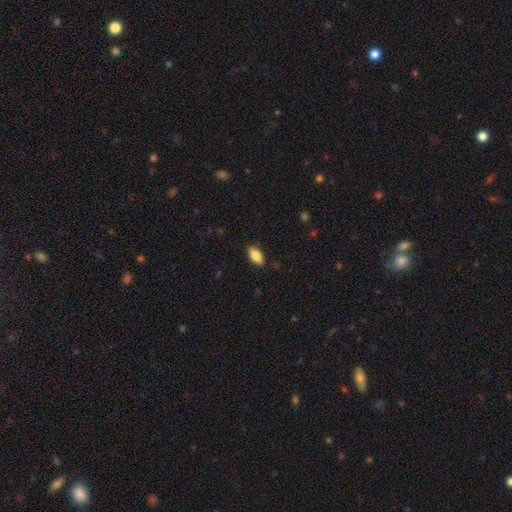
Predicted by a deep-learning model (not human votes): Smooth or featured?
  - smooth: 84% *
  - featured or disk: 9%
  - star or artifact: 7%
How rounded?
  - in between: 88% *
  - cigar-shaped: 9%
  - round: 2%
Merging?
  - none: 87% *
  - minor disturbance: 10%
  - major disturbance: 2%
  - merger: 1%